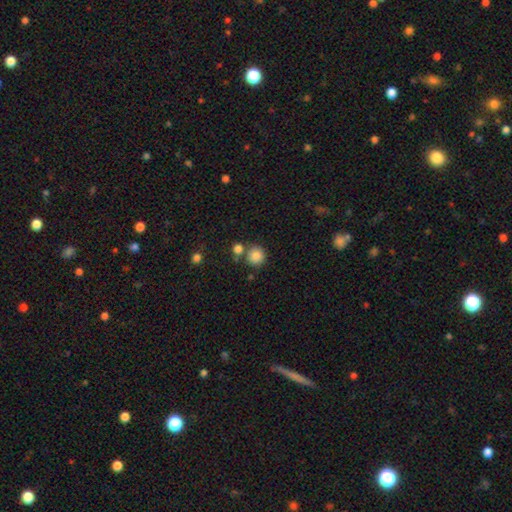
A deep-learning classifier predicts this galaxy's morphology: The model was most divided on "merging": none: 73%, merger: 16%, minor disturbance: 8%, major disturbance: 3%. More confident: how rounded — round (93%); smooth or featured — smooth (85%).